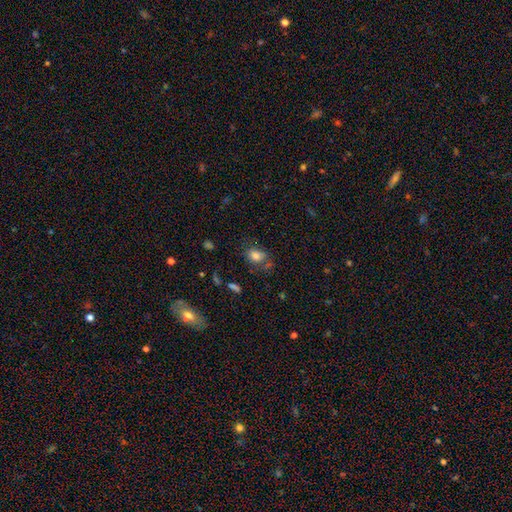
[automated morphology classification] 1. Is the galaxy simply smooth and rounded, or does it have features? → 79% smooth, 11% star or artifact, 10% featured or disk.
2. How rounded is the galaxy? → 71% in between, 28% round, 2% cigar-shaped.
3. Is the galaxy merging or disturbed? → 60% none, 24% minor disturbance, 11% major disturbance, 5% merger.